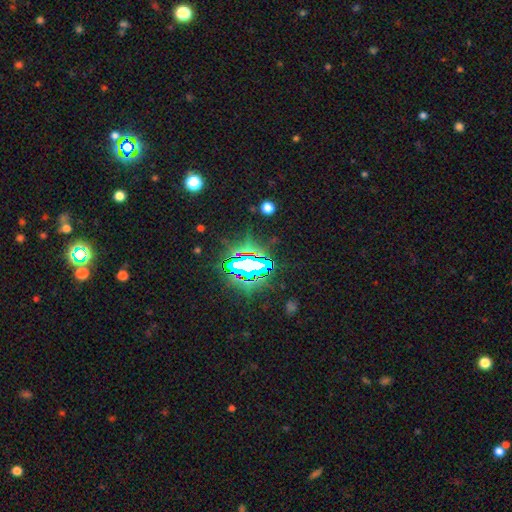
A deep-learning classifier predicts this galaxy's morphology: A star or artifact, not a galaxy (74%).

Vote fractions:
- Smooth or featured? star or artifact: 74% / smooth: 15% / featured or disk: 11%